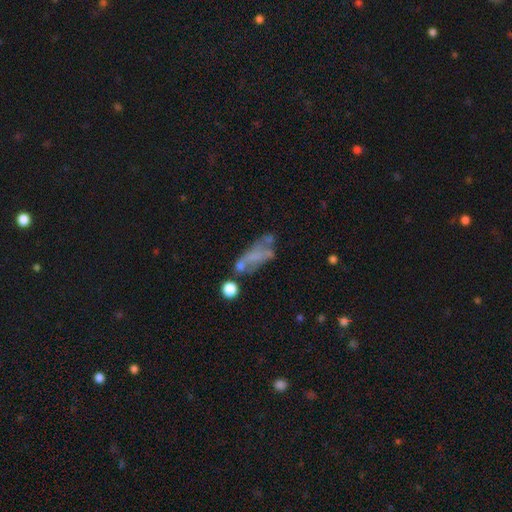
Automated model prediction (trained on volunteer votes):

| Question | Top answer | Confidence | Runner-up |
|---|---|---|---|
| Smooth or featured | smooth | 43% | featured or disk (42%) |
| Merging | none | 32% | major disturbance (24%) |